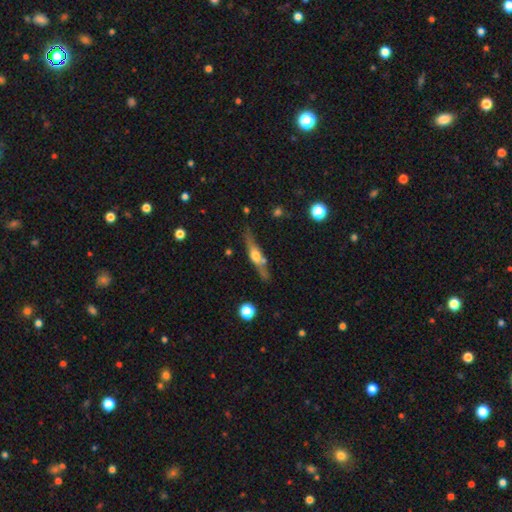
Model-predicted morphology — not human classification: A featured or disk galaxy (64%) viewed edge-on (91%) with a rounded central bulge (90%). Merging: none (71%).